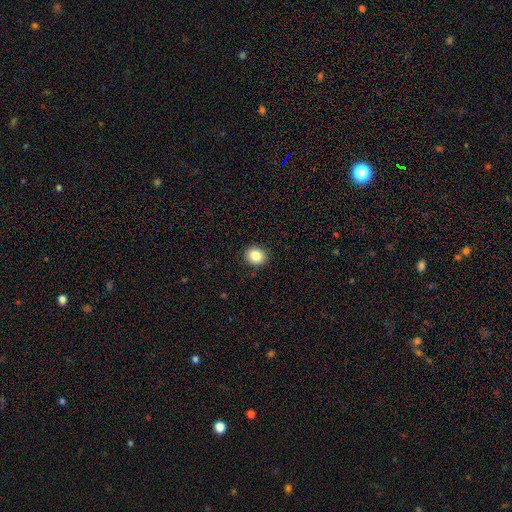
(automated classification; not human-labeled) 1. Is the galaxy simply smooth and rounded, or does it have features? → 86% smooth, 9% star or artifact, 5% featured or disk.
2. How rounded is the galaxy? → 67% round, 32% in between, 1% cigar-shaped.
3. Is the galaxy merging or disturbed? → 90% none, 7% minor disturbance, 2% major disturbance, 1% merger.